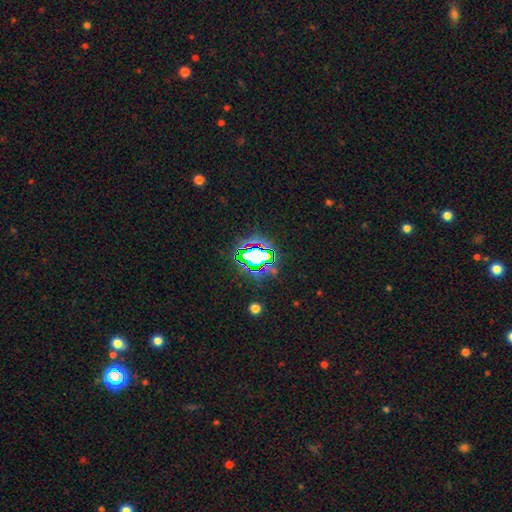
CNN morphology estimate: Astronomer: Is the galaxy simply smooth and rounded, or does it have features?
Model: star or artifact — 64%.